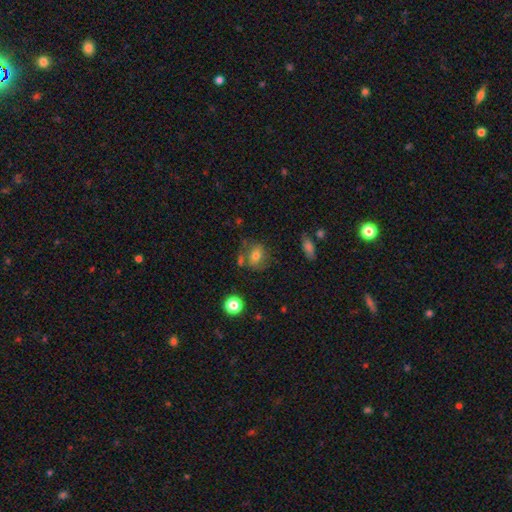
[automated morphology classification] The model was most divided on "how rounded": round: 52%, in between: 47%, cigar-shaped: 2%. More confident: smooth or featured — smooth (68%); merging — none (61%).